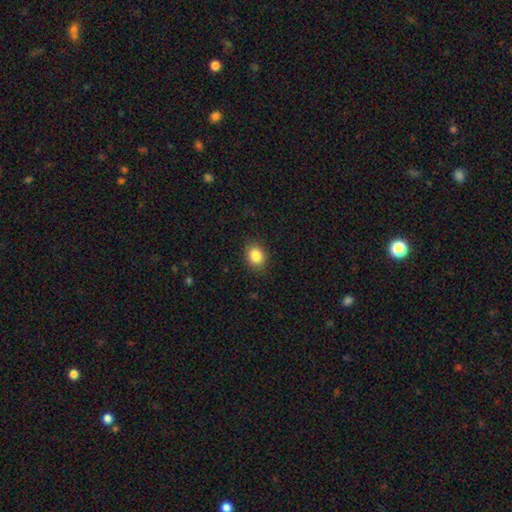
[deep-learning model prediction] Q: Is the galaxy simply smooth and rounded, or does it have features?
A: smooth — 85%.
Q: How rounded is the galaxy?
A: in between — 50%.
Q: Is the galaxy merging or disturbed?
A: none — 87%.